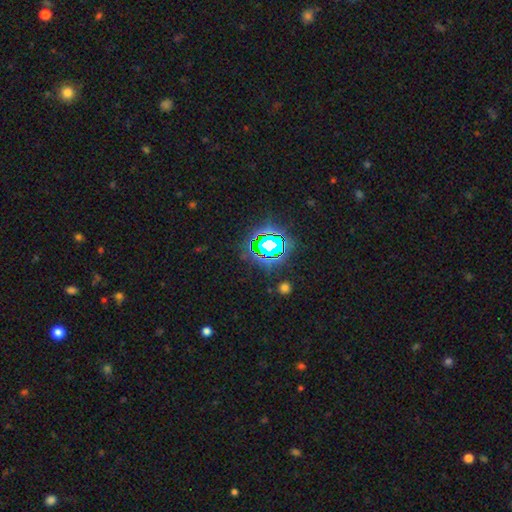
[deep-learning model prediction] Smooth or featured? Predicted: star or artifact (p=0.80).